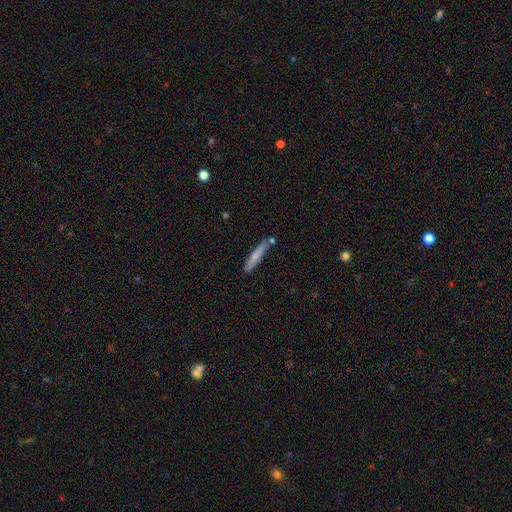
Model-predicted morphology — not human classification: This appears to be a smooth galaxy with no disk features (73%) that is cigar-shaped (93%). Merging: none (76%).